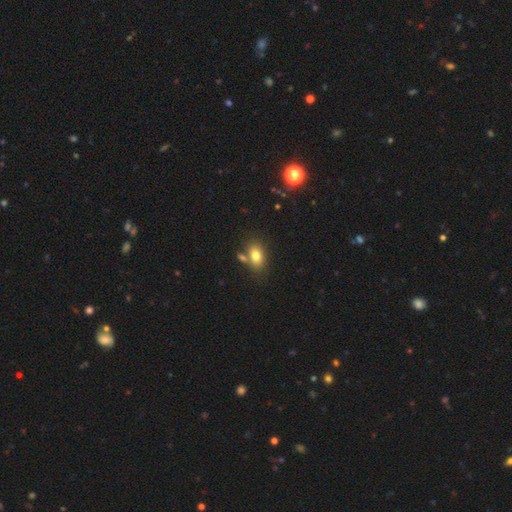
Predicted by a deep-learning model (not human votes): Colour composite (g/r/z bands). It shows a smooth galaxy with no disk features (78%) that is in between round and cigar-shaped (83%). Merging: none (64%).